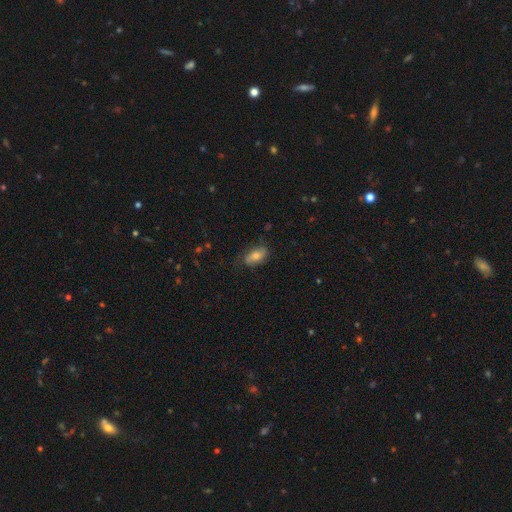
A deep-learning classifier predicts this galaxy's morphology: Q: Smooth or featured?
A: smooth (59%); runner-up: featured or disk (32%)
Q: How rounded?
A: in between (89%); runner-up: round (7%)
Q: Merging?
A: none (69%); runner-up: minor disturbance (22%)